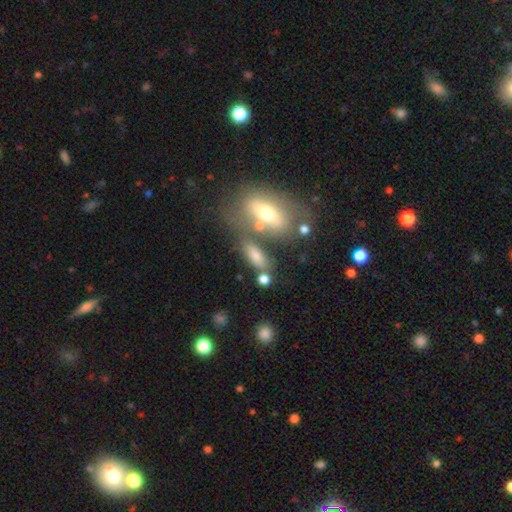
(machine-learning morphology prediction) Smooth or featured? Predicted: smooth (p=0.71). How rounded? Predicted: in between (p=0.62). Merging? Predicted: none (p=0.54).